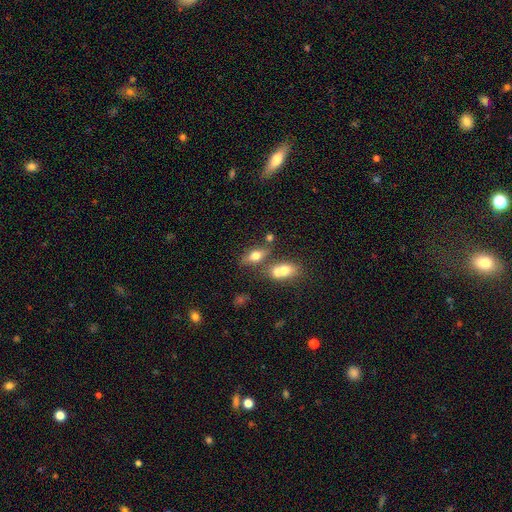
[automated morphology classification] Smooth or featured?
  - smooth: 57% *
  - featured or disk: 32%
  - star or artifact: 11%
How rounded?
  - in between: 67% *
  - cigar-shaped: 22%
  - round: 10%
Merging?
  - none: 56% *
  - merger: 28%
  - minor disturbance: 11%
  - major disturbance: 5%